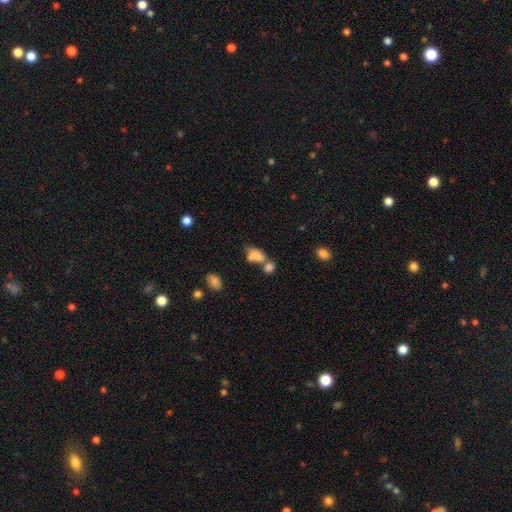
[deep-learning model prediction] Smooth or featured? Predicted: smooth (p=0.78). How rounded? Predicted: in between (p=0.84). Merging? Predicted: merger (p=0.51).